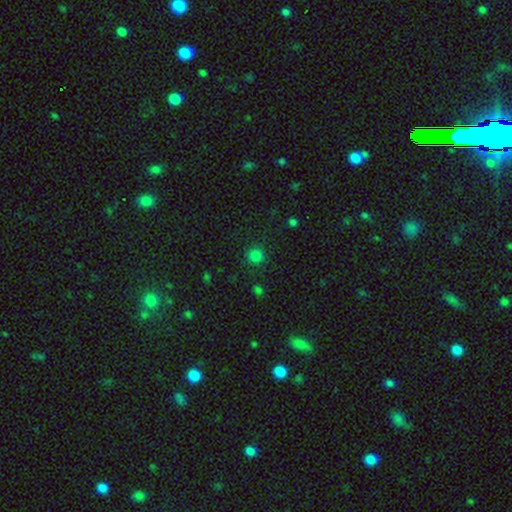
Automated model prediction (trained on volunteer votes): smooth 81%, star or artifact 15%, featured or disk 4%. Down the decision tree: how rounded — round (92%); merging — none (88%).